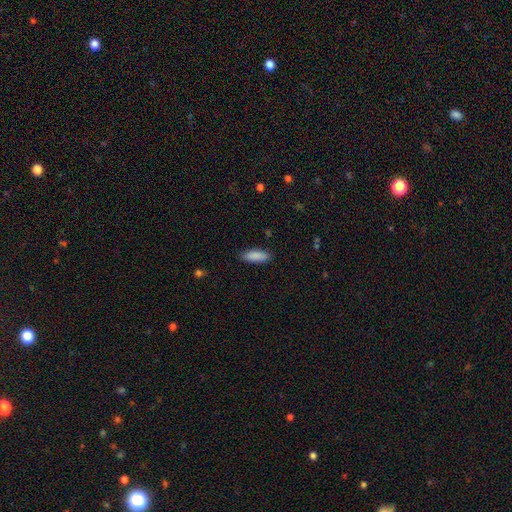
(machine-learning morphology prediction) A smooth galaxy with no disk features (89%) that is in between round and cigar-shaped (60%). Merging: none (88%).